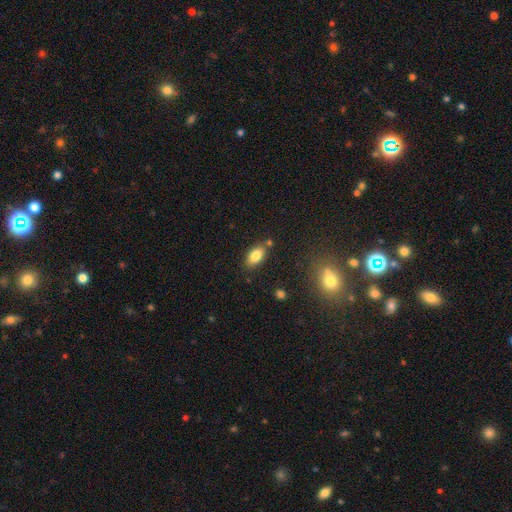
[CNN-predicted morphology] type=smooth (82%); roundness=in between (90%); merging=none (77%).